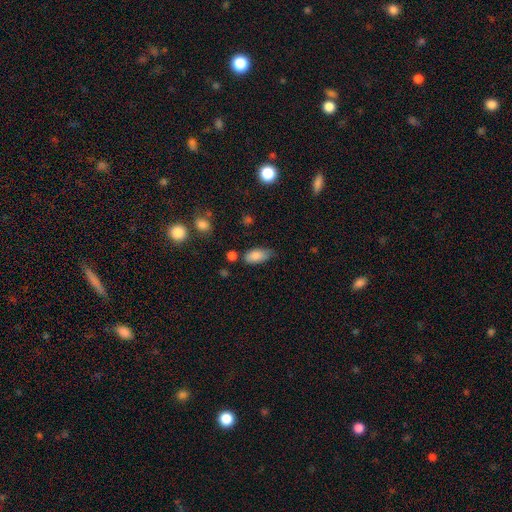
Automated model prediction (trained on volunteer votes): This is clearly a smooth galaxy (84%). How rounded: clearly in between (90%). Merging: likely none (61%).